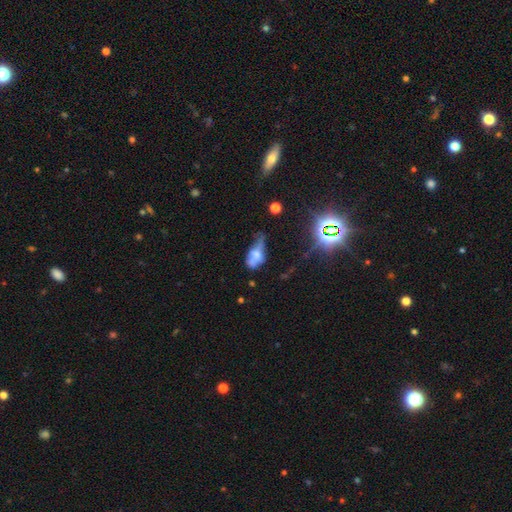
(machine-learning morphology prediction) Smooth or featured? smooth (47%)
Merging? major disturbance (33%)